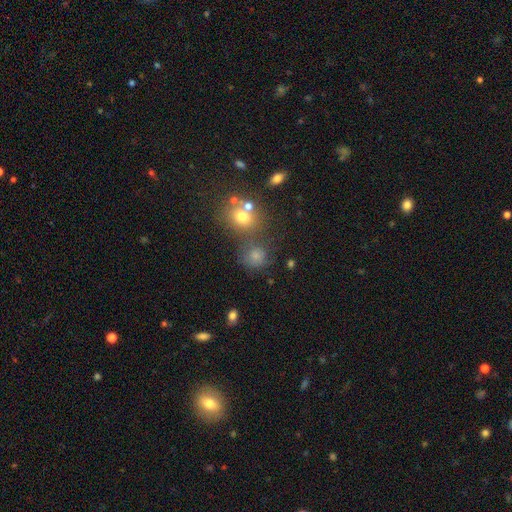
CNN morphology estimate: smooth 73%, star or artifact 18%, featured or disk 9%. Down the decision tree: how rounded — round (79%); merging — none (57%).